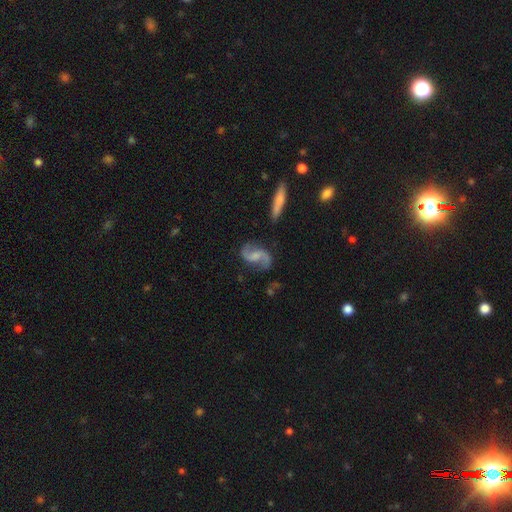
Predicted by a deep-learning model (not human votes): Smooth or featured?
  - featured or disk: 89% *
  - smooth: 7%
  - star or artifact: 5%
Edge-on disk?
  - no: 97% *
  - yes: 3%
Bar?
  - no: 45% * (tied)
  - weak: 45% * (tied)
  - strong: 11%
Spiral arms?
  - yes: 97% *
  - no: 3%
Spiral winding?
  - loose: 57% *
  - medium: 36%
  - tight: 7%
Spiral arm count?
  - 2: 94% *
  - can't tell: 2%
  - 1: 2%
  - 3: 1%
  - 4: 1%
  - more than 4: 1%
Bulge size?
  - none: 45% *
  - moderate: 24%
  - small: 23%
  - large: 6%
  - dominant: 1%
Merging?
  - none: 76% *
  - minor disturbance: 15%
  - major disturbance: 6%
  - merger: 3%